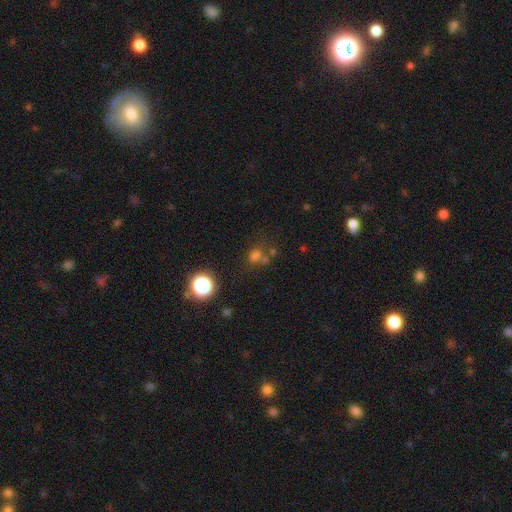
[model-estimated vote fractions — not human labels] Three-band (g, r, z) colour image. It shows a smooth galaxy with no disk features (63%) that is round (64%). Merging: none (55%).